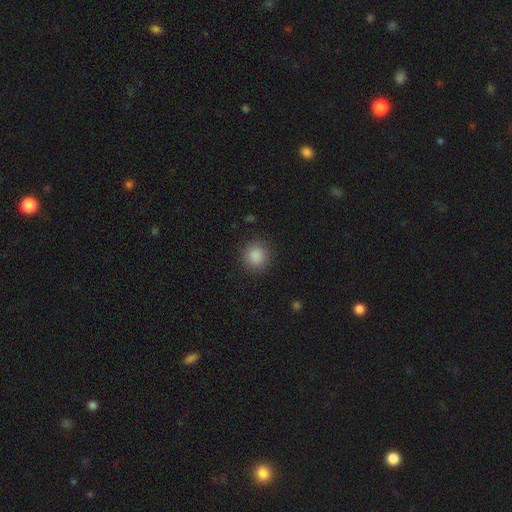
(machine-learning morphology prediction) Smooth or featured? Predicted: smooth (p=0.87). How rounded? Predicted: round (p=0.91). Merging? Predicted: none (p=0.89).